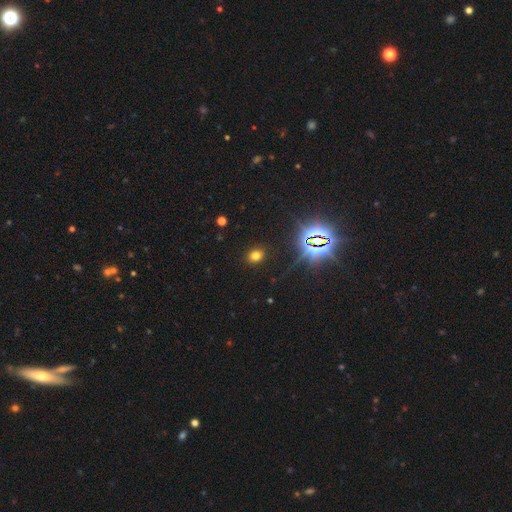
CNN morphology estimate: A smooth galaxy with no disk features (67%) that is round (69%). Merging: none (88%).